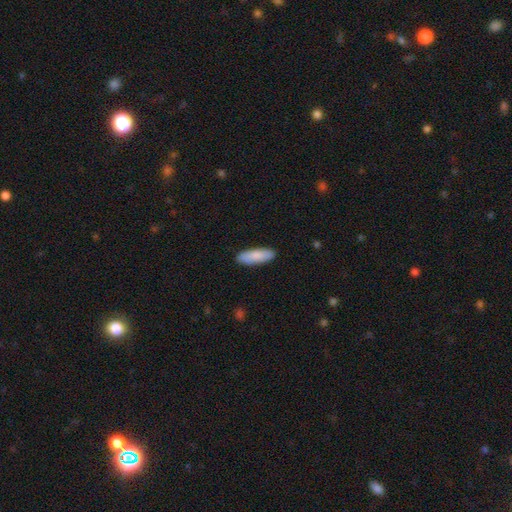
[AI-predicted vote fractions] smooth 85%, featured or disk 9%, star or artifact 5%. Down the decision tree: how rounded — cigar-shaped (49%, tied with in between); merging — none (89%).